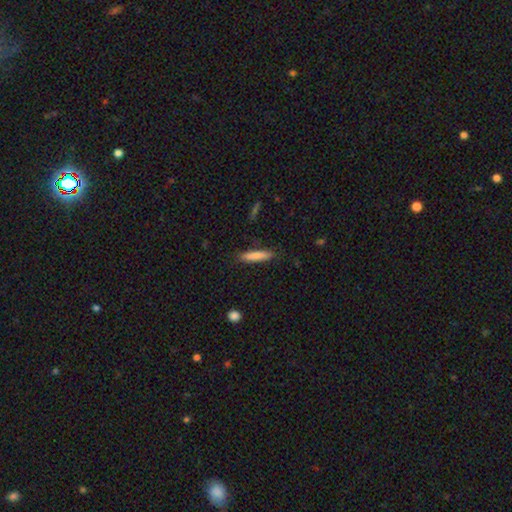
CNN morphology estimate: Overall: smooth (80%). How rounded: cigar-shaped (88%). Merging: none (87%).